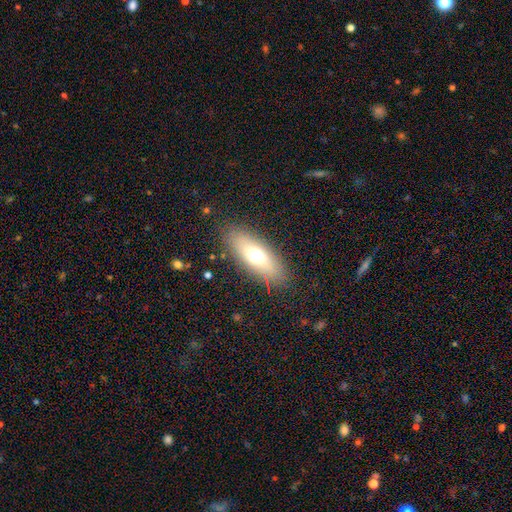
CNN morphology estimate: Overall: smooth (63%; featured or disk 27%). How rounded: in between (70%). Merging: none (85%).